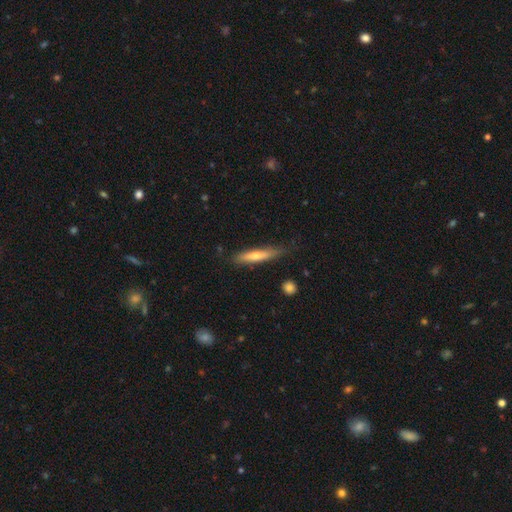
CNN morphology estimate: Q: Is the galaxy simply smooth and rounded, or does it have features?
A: smooth — 50%.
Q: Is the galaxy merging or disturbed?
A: none — 76%.